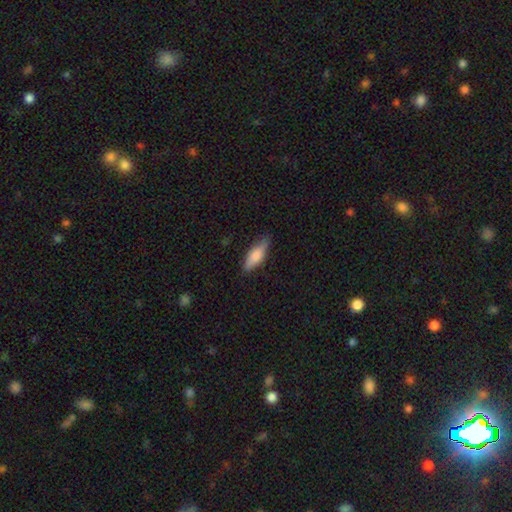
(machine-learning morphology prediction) A smooth galaxy with no disk features (76%) that is in between round and cigar-shaped (57%). Merging: none (79%).